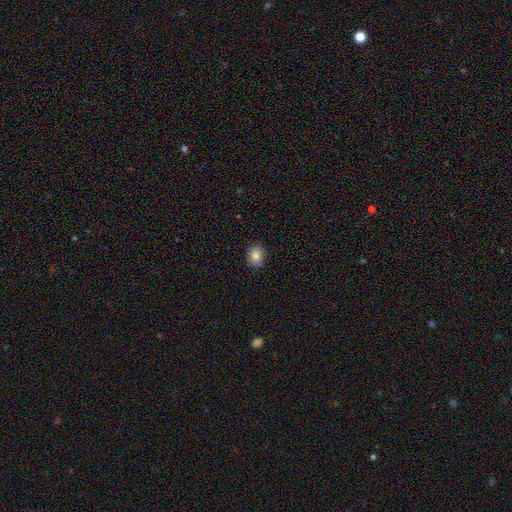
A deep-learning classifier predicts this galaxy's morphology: Overall: smooth (83%). How rounded: in between (56%; round 43%). Merging: none (88%).